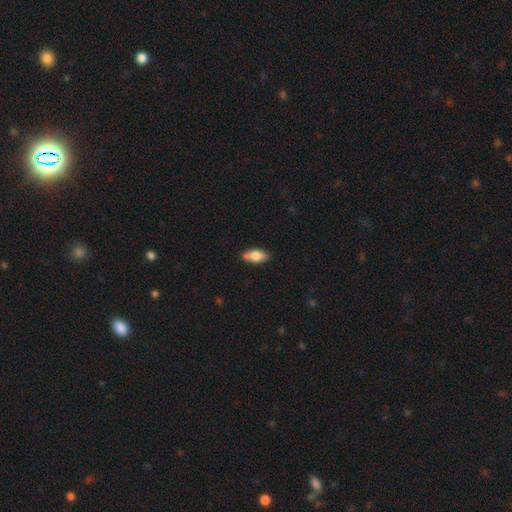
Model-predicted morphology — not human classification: A smooth galaxy with no disk features (77%) that is in between round and cigar-shaped (83%). Merging: none (78%).